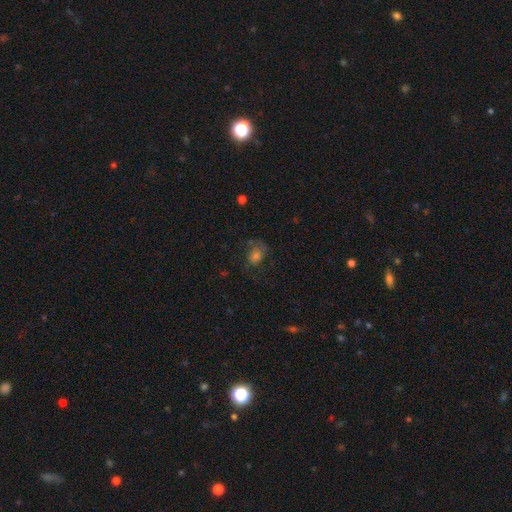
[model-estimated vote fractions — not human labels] smooth_or_featured: smooth (p=0.52) [alt: featured or disk p=0.30]
how_rounded: round (p=0.52) [alt: in between p=0.47]
merging: none (p=0.51) [alt: major disturbance p=0.26]